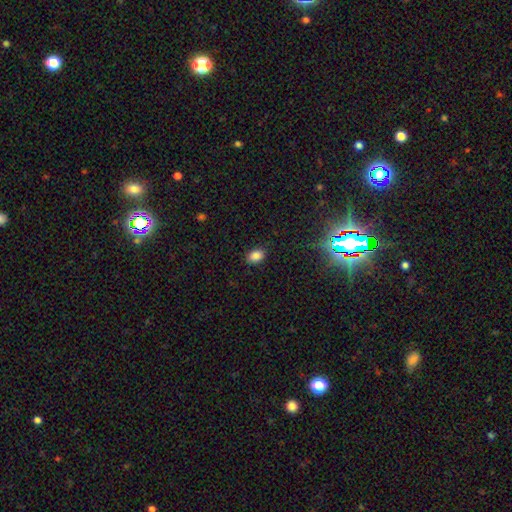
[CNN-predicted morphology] Smooth or featured: smooth — 85% (star or artifact — 11%)
How rounded: in between — 78% (round — 21%)
Merging: none — 87% (minor disturbance — 10%)